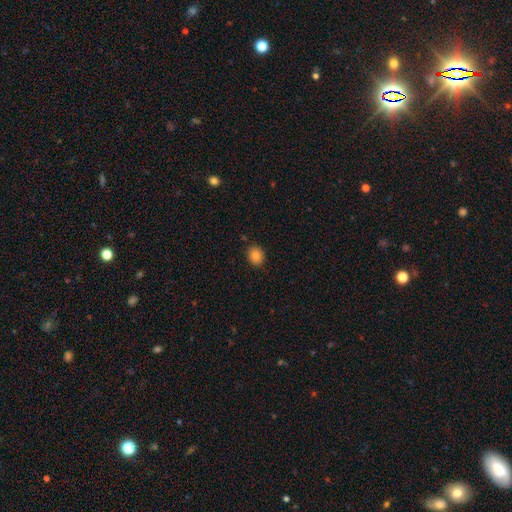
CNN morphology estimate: This is clearly a smooth galaxy (83%). How rounded: likely round (68%). Merging: clearly none (88%).